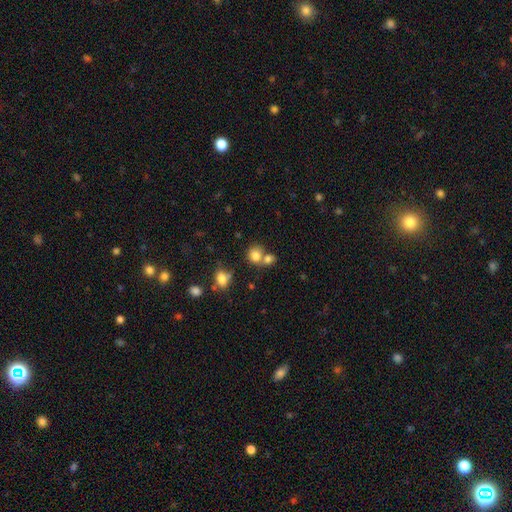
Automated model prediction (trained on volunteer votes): A smooth galaxy with no disk features (79%) that is round (75%). Merging: none (47%).